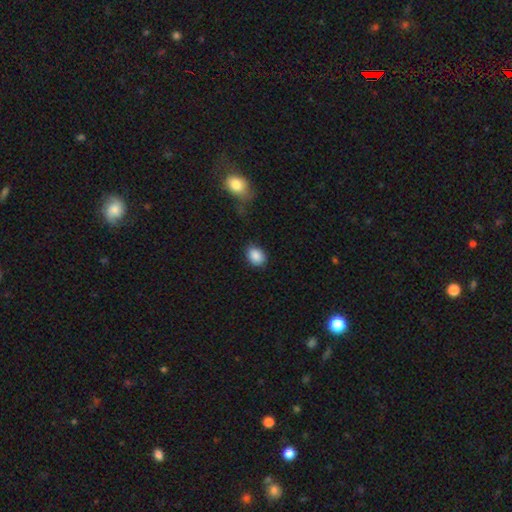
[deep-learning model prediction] smooth 88%, star or artifact 8%, featured or disk 4%. Down the decision tree: how rounded — in between (66%); merging — none (82%).